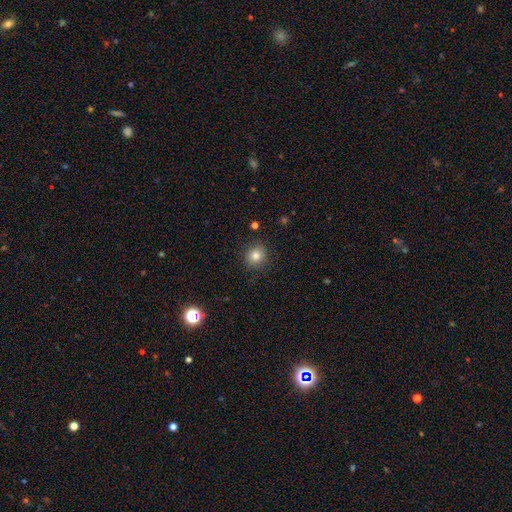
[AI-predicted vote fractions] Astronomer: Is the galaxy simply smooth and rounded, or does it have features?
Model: smooth — 82%.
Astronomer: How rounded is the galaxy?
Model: round — 86%.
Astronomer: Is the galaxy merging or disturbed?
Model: none — 88%.